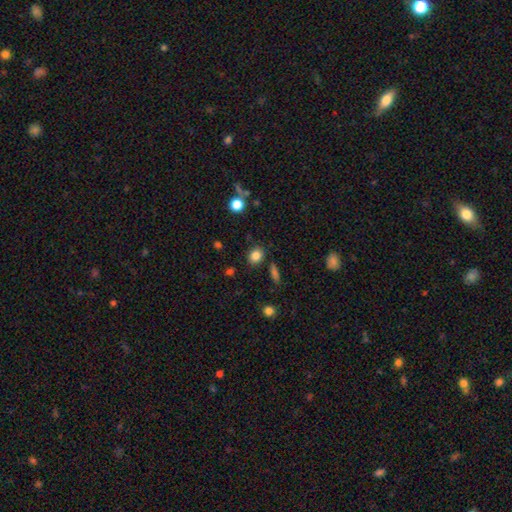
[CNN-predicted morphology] Smooth or featured? Predicted: smooth (p=0.83). How rounded? Predicted: round (p=0.57). Merging? Predicted: none (p=0.83).